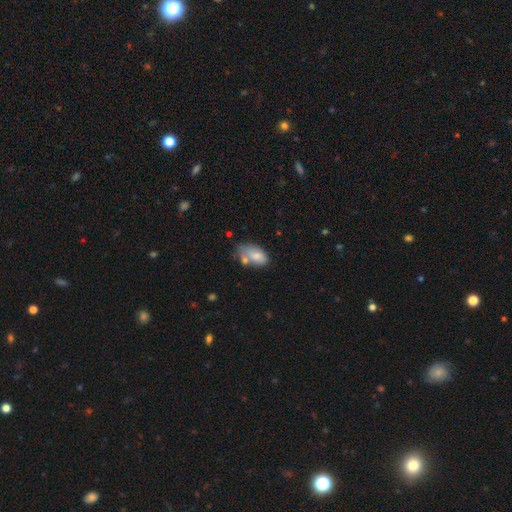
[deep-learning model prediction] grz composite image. It shows a smooth galaxy with no disk features (73%) that is in between round and cigar-shaped (92%). Merging: none (38%).